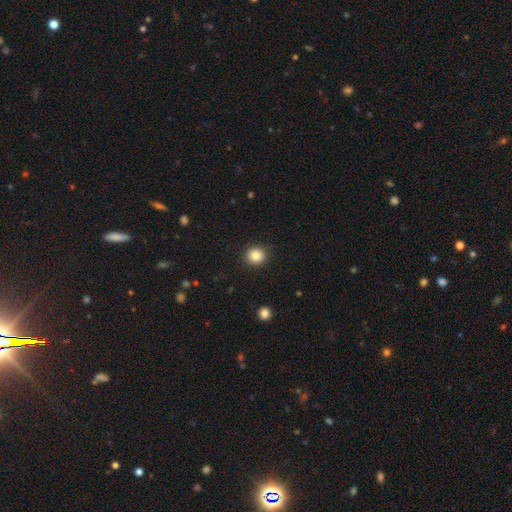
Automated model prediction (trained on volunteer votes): Smooth or featured? smooth (84%)
How rounded? round (89%)
Merging? none (91%)